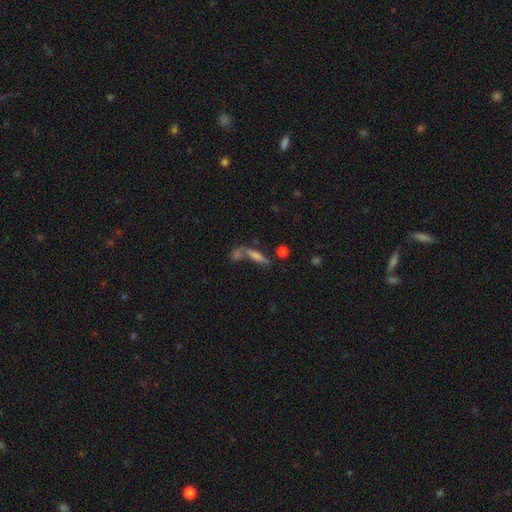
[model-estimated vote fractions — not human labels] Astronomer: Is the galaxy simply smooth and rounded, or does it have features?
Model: smooth — 58%.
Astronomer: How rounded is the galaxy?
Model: cigar-shaped — 72%.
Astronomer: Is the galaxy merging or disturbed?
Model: none — 47% (runner-up: merger, 32%).